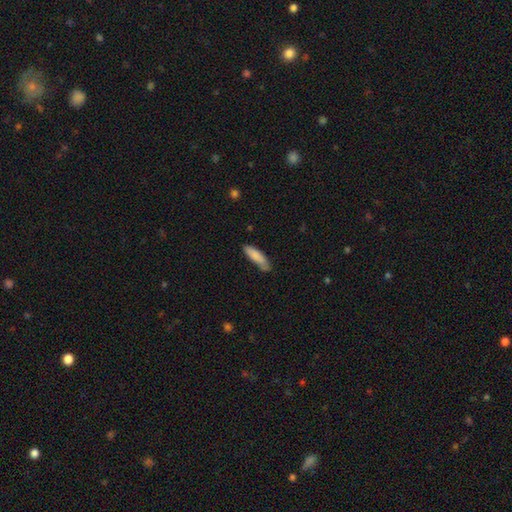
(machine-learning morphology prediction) This is clearly a smooth galaxy (84%). How rounded: likely cigar-shaped (62%). Merging: likely none (65%).